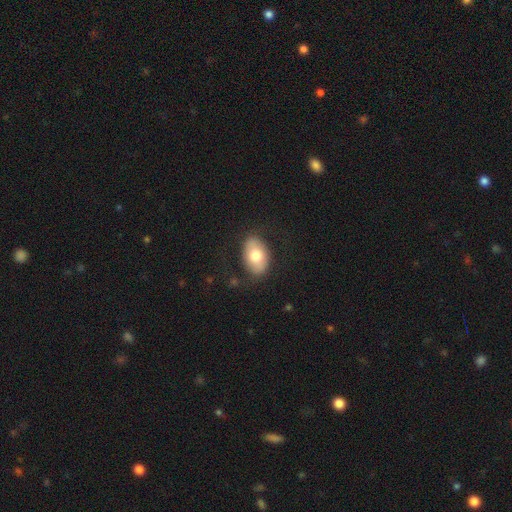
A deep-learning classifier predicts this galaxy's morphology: Smooth or featured? smooth (72%)
How rounded? in between (89%)
Merging? none (79%)